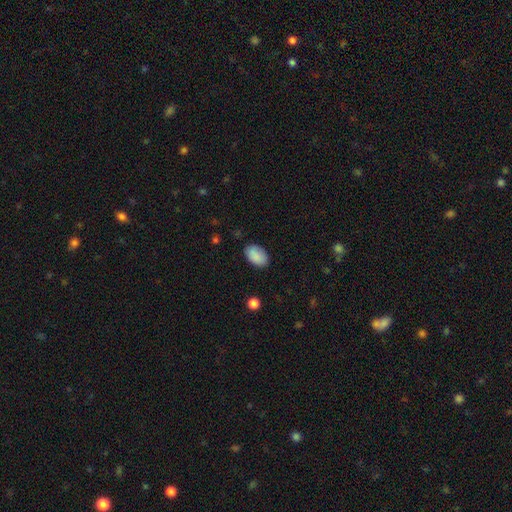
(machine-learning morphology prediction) The model was most divided on "merging": none: 83%, minor disturbance: 13%, major disturbance: 3%, merger: 1%. More confident: how rounded — in between (92%); smooth or featured — smooth (89%).